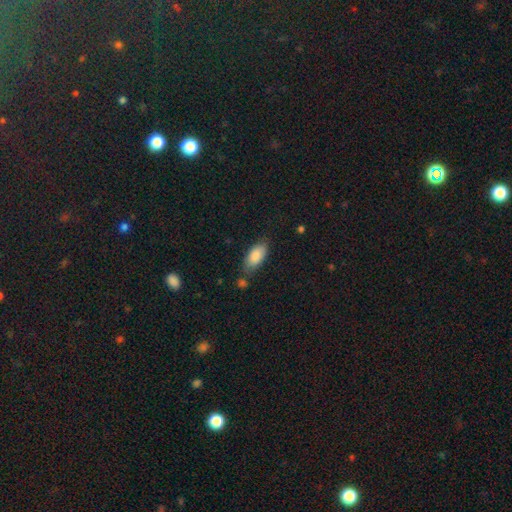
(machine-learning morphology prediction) type=smooth (85%); roundness=in between (91%); merging=none (67%).